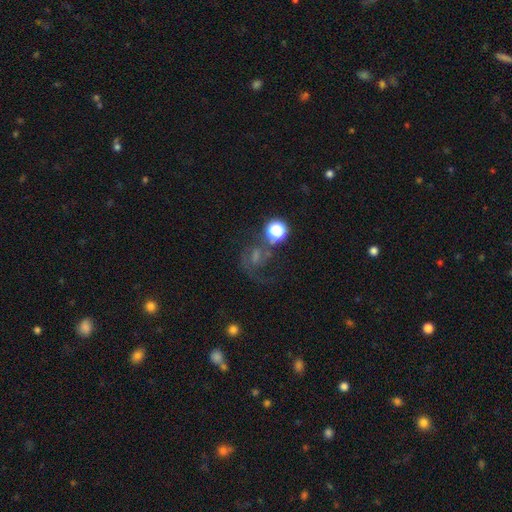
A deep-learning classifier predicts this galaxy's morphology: Smooth or featured: featured or disk — 45% (star or artifact — 29%)
Merging: none — 47% (major disturbance — 25%)